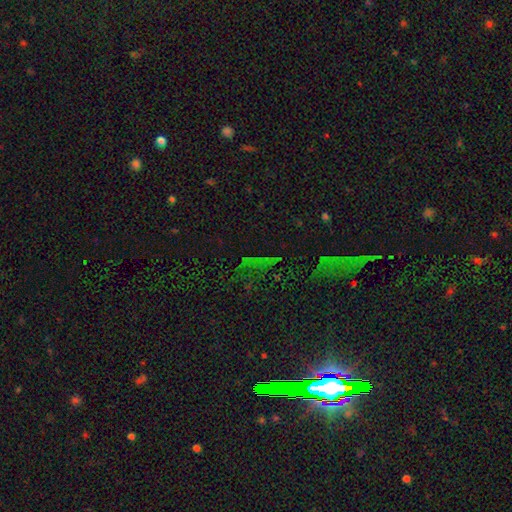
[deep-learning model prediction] The model was most divided on "smooth or featured": star or artifact: 74%, smooth: 16%, featured or disk: 11%.